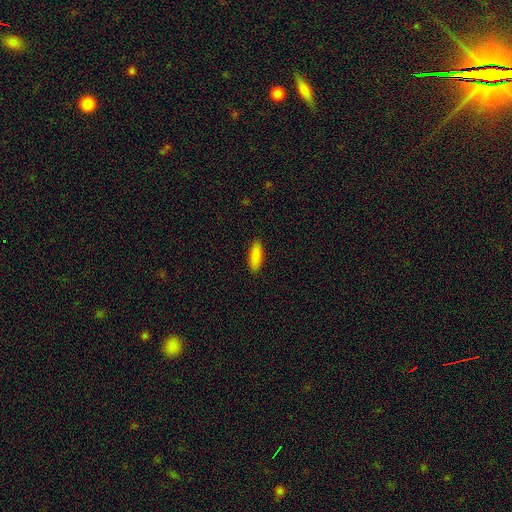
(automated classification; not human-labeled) A smooth galaxy with no disk features (89%) that is in between round and cigar-shaped (60%).

Vote fractions:
- Smooth or featured? smooth: 89% / star or artifact: 7% / featured or disk: 5%
- How rounded? in between: 60% / cigar-shaped: 39% / round: 2%
- Merging? none: 90% / minor disturbance: 7% / major disturbance: 2% / merger: 1%